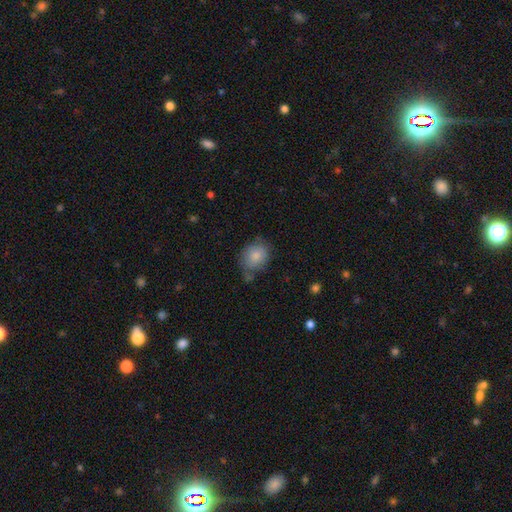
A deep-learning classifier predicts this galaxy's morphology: smooth_or_featured: smooth (p=0.82) [alt: featured or disk p=0.11]
how_rounded: in between (p=0.53) [alt: round p=0.46]
merging: none (p=0.60) [alt: minor disturbance p=0.25]